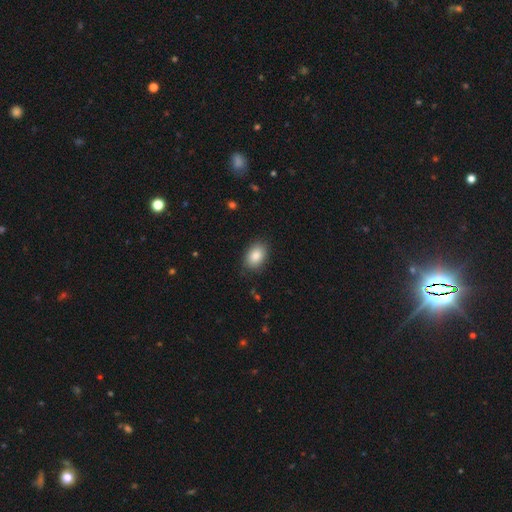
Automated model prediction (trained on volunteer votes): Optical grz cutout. It shows a smooth galaxy with no disk features (87%) that is in between round and cigar-shaped (85%). Merging: none (85%).